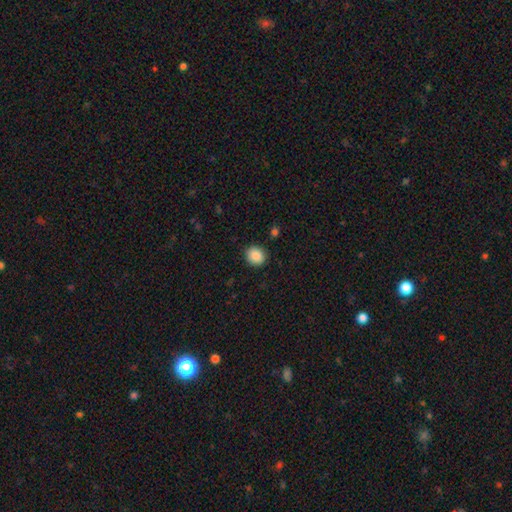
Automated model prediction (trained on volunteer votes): Overall: smooth (88%). How rounded: round (83%). Merging: none (90%).